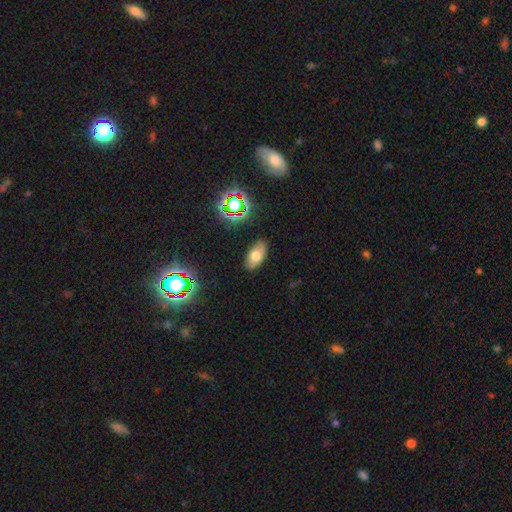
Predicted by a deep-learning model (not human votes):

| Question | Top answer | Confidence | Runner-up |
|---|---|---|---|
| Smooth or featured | smooth | 70% | featured or disk (16%) |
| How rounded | in between | 91% | cigar-shaped (5%) |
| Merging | none | 86% | minor disturbance (10%) |